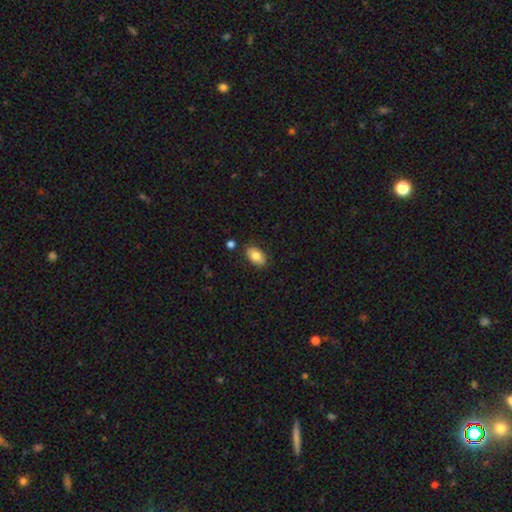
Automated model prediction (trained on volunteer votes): The model was most divided on "smooth or featured": smooth: 81%, featured or disk: 12%, star or artifact: 7%. More confident: how rounded — in between (92%); merging — none (85%).